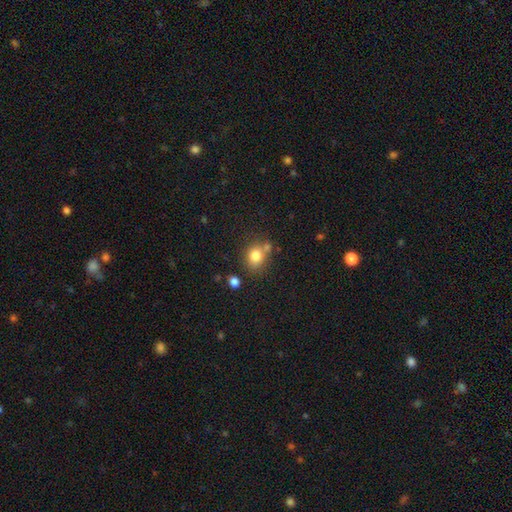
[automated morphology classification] smooth_or_featured: smooth (p=0.80) [alt: star or artifact p=0.11]
how_rounded: round (p=0.64) [alt: in between p=0.35]
merging: none (p=0.59) [alt: merger p=0.20]